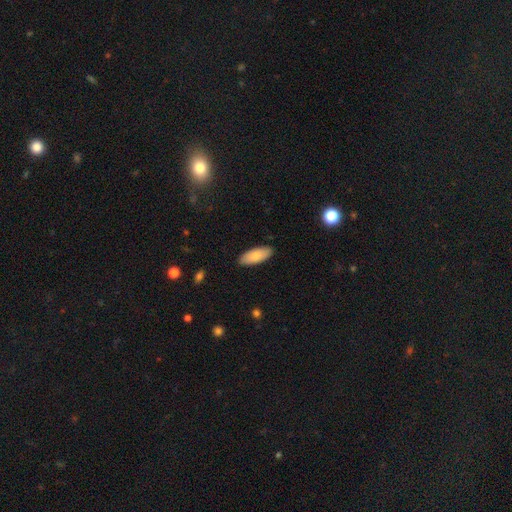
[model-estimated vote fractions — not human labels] Overall: smooth (81%). How rounded: in between (82%). Merging: none (88%).